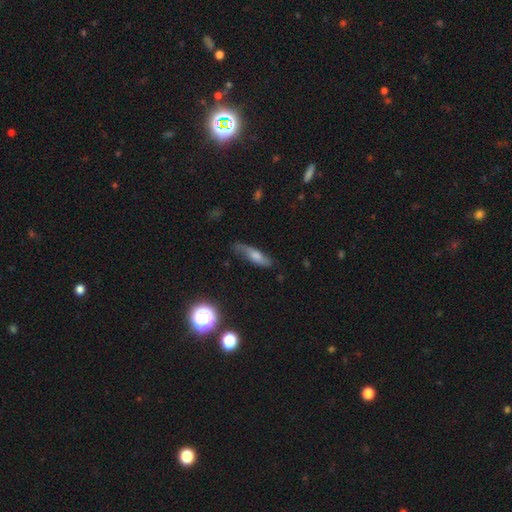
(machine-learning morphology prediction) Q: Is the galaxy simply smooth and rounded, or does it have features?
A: smooth — 48%.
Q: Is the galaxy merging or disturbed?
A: none — 66%.